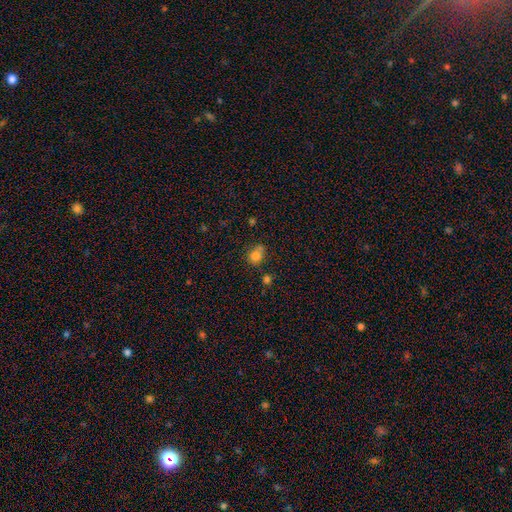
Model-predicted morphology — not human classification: Q: Smooth or featured?
A: smooth (79%); runner-up: star or artifact (13%)
Q: How rounded?
A: round (66%); runner-up: in between (33%)
Q: Merging?
A: none (55%); runner-up: minor disturbance (21%)